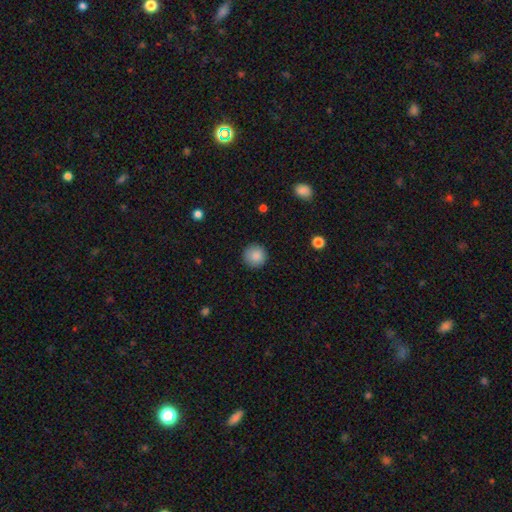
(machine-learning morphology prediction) A smooth galaxy with no disk features (88%) that is round (95%). Merging: none (91%).